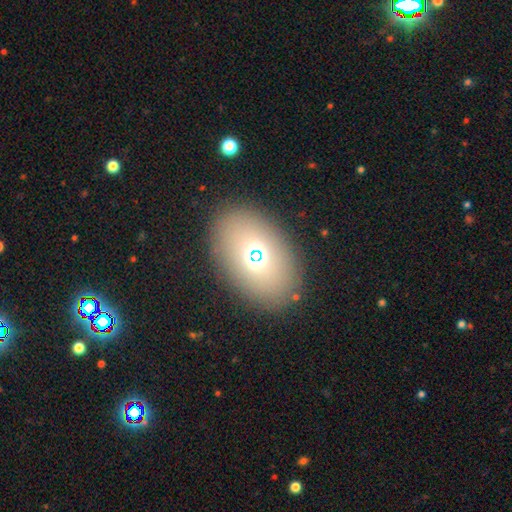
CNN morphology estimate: smooth 60%, featured or disk 22%, star or artifact 18%. Down the decision tree: how rounded — in between (77%); merging — none (86%).